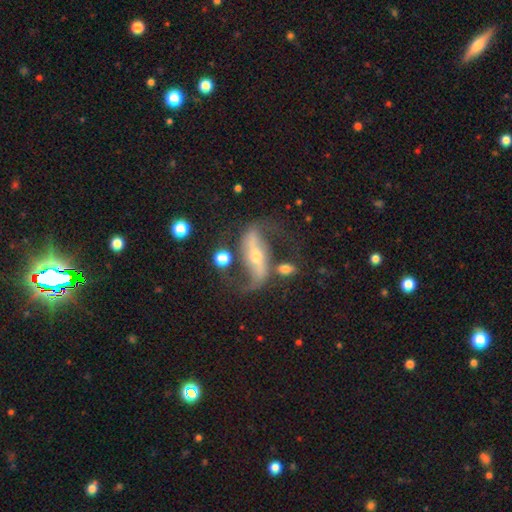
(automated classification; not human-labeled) Smooth or featured: featured or disk — 87% (smooth — 7%)
Edge-on disk: no — 93% (yes — 7%)
Bar: strong — 62% (weak — 20%)
Spiral arms: yes — 95% (no — 5%)
Spiral winding: loose — 65% (medium — 27%)
Spiral arm count: 2 — 92% (1 — 2%)
Bulge size: small — 54% (moderate — 41%)
Merging: none — 62% (minor disturbance — 15%)